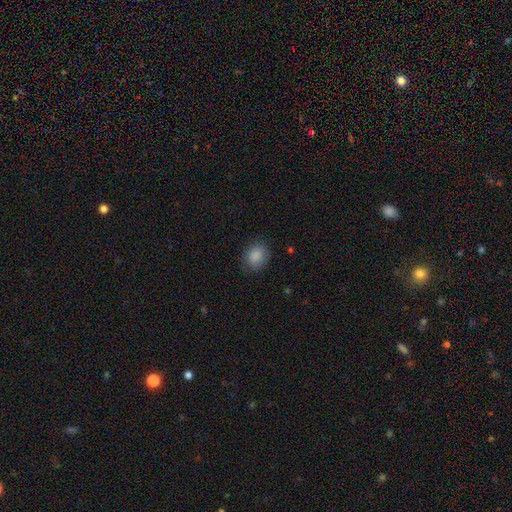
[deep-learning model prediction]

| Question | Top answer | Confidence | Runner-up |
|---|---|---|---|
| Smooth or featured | smooth | 88% | star or artifact (9%) |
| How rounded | round | 54% | in between (45%) |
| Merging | none | 83% | minor disturbance (13%) |